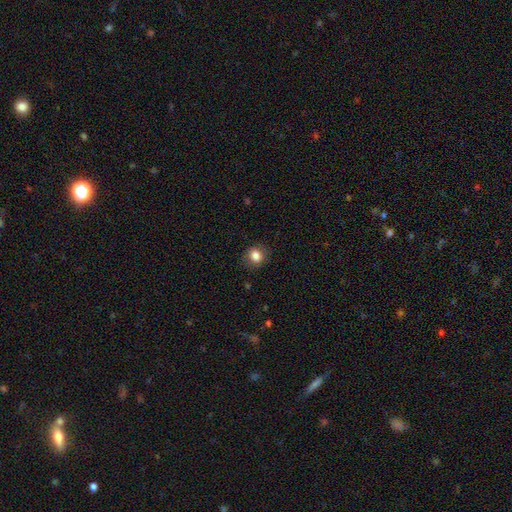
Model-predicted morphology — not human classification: This appears to be a smooth galaxy with no disk features (83%) that is round (66%). Merging: none (83%).